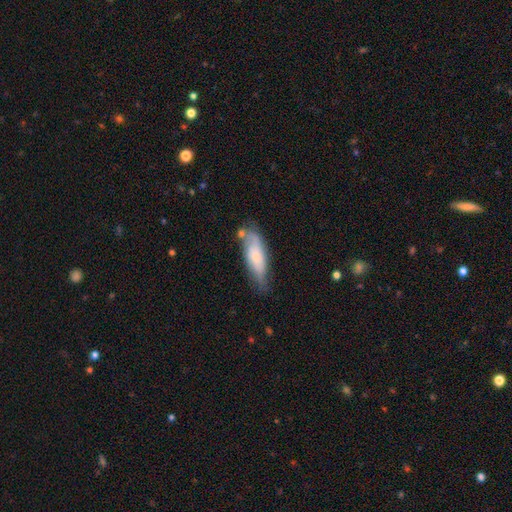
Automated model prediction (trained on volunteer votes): A smooth galaxy with no disk features (65%) that is in between round and cigar-shaped (57%). Merging: none (55%).